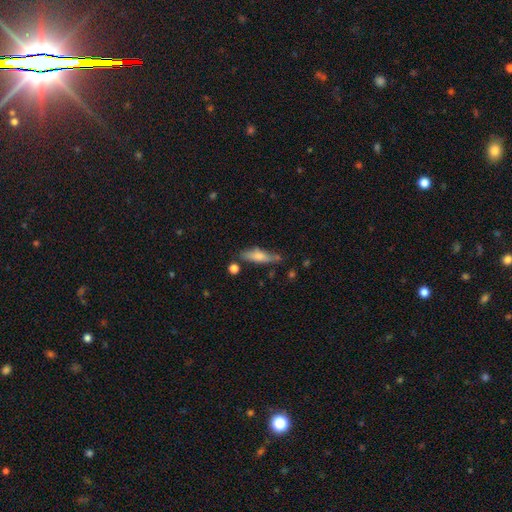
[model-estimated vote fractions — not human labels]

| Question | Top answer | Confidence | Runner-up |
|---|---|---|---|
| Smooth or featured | smooth | 54% | featured or disk (37%) |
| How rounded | cigar-shaped | 67% | in between (30%) |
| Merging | none | 69% | minor disturbance (20%) |